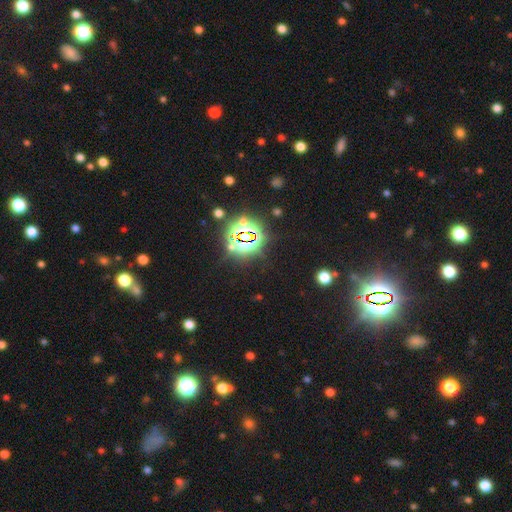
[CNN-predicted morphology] Q: Smooth or featured?
A: star or artifact (82%); runner-up: smooth (11%)